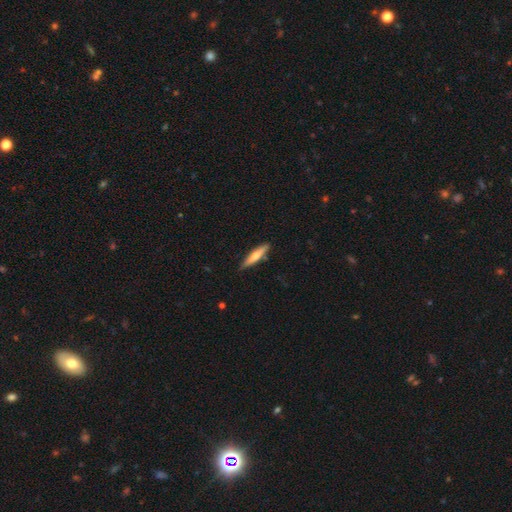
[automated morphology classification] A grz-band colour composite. It shows a smooth galaxy with no disk features (56%) that is cigar-shaped (85%). Merging: none (85%).